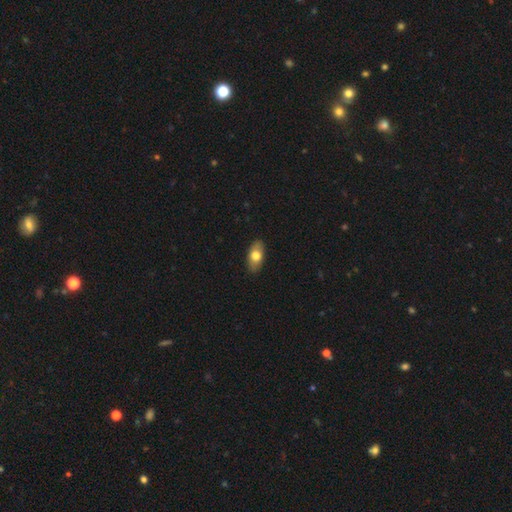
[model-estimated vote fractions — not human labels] This is likely a smooth galaxy (73%). How rounded: clearly in between (89%). Merging: clearly none (88%).